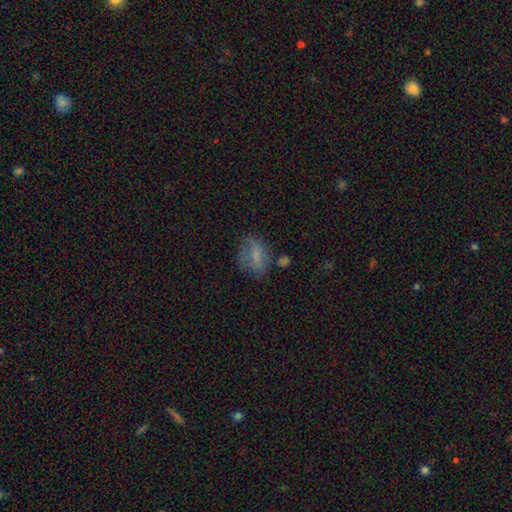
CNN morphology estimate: Smooth or featured?
  - smooth: 60% *
  - featured or disk: 28%
  - star or artifact: 11%
How rounded?
  - in between: 74% *
  - round: 18%
  - cigar-shaped: 8%
Merging?
  - none: 51% *
  - minor disturbance: 26%
  - major disturbance: 17%
  - merger: 6%